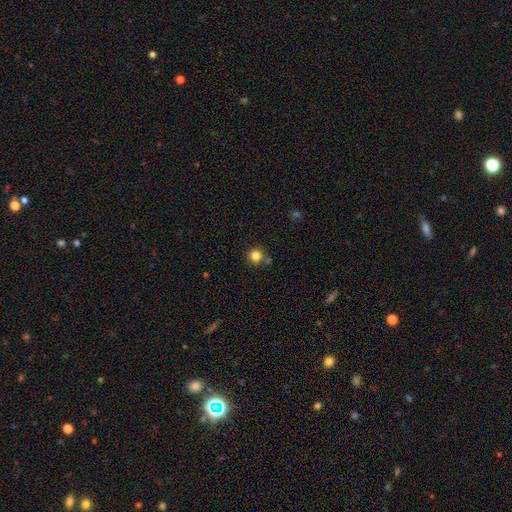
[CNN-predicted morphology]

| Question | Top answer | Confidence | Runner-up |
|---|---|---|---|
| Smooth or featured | smooth | 83% | star or artifact (12%) |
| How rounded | round | 94% | in between (5%) |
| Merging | none | 76% | merger (12%) |